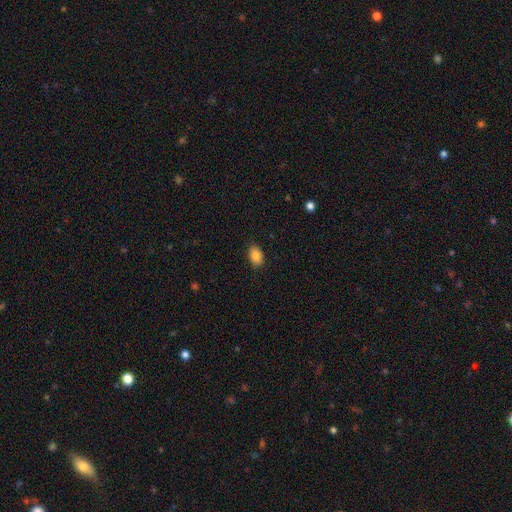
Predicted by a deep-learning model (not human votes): This appears to be a smooth galaxy with no disk features (86%) that is in between round and cigar-shaped (88%). Merging: none (88%).